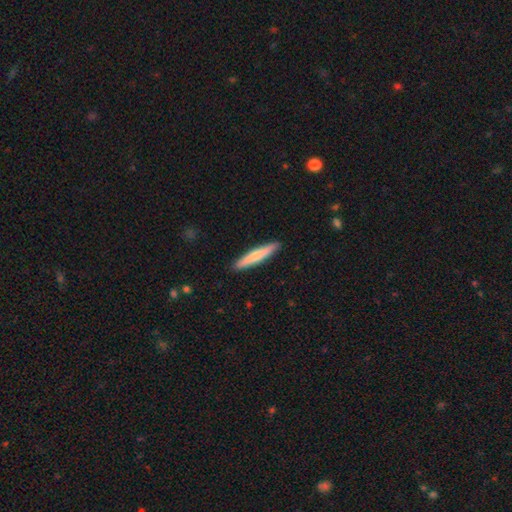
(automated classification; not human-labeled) smooth_or_featured: smooth (p=0.70) [alt: featured or disk p=0.25]
how_rounded: cigar-shaped (p=0.93) [alt: in between p=0.06]
merging: none (p=0.92) [alt: minor disturbance p=0.06]